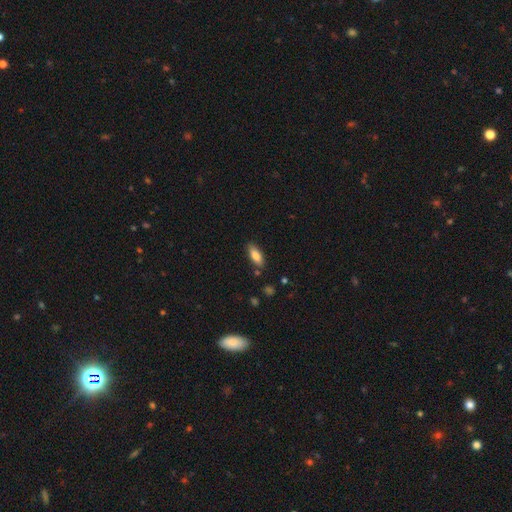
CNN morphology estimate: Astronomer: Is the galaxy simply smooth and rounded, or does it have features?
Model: smooth — 81%.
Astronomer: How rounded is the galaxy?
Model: in between — 74%.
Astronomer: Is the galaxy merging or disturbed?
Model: none — 83%.